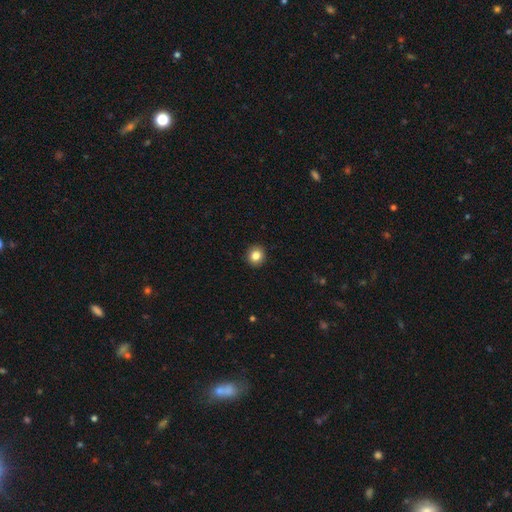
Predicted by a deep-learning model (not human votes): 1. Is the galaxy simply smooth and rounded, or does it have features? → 83% smooth, 10% star or artifact, 6% featured or disk.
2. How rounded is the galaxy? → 92% round, 7% in between, 1% cigar-shaped.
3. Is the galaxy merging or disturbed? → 93% none, 5% minor disturbance, 1% major disturbance, 1% merger.